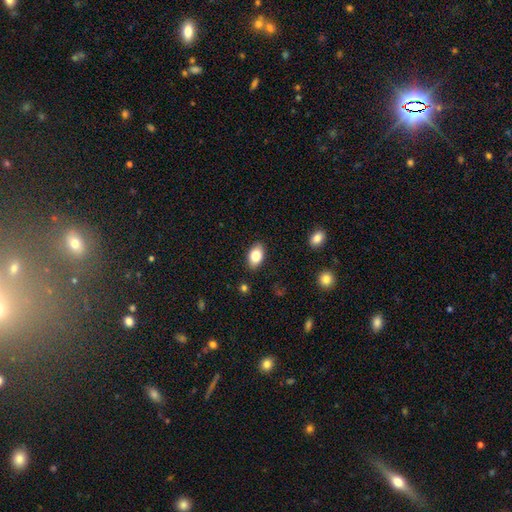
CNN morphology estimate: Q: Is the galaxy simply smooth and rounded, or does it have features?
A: smooth — 83%.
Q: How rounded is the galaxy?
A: in between — 90%.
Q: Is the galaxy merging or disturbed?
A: none — 87%.